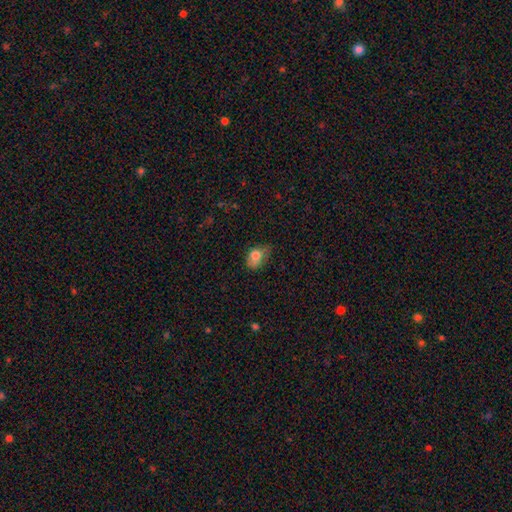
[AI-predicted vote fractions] Smooth or featured?
  - smooth: 79% *
  - featured or disk: 13%
  - star or artifact: 9%
How rounded?
  - in between: 78% *
  - round: 20%
  - cigar-shaped: 2%
Merging?
  - none: 42% *
  - minor disturbance: 41%
  - major disturbance: 15%
  - merger: 3%